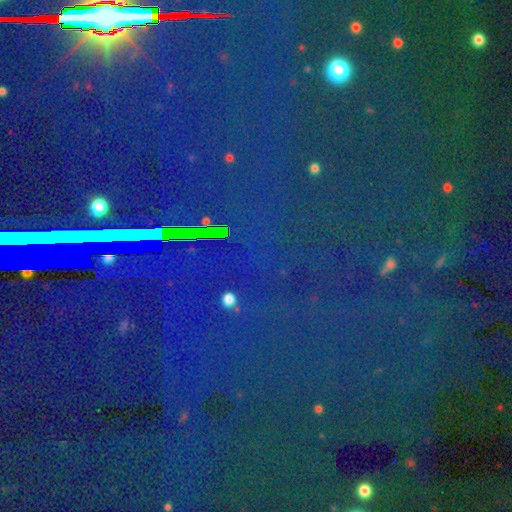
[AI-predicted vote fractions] A star or artifact, not a galaxy (83%).

Vote fractions:
- Smooth or featured? star or artifact: 83% / smooth: 10% / featured or disk: 7%